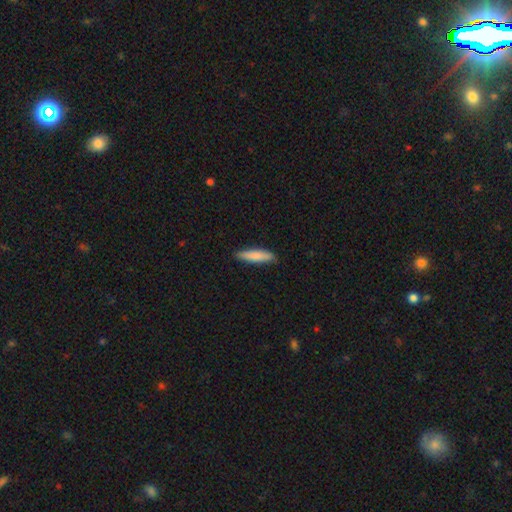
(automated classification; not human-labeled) Smooth or featured? Predicted: smooth (p=0.81). How rounded? Predicted: cigar-shaped (p=0.81). Merging? Predicted: none (p=0.87).